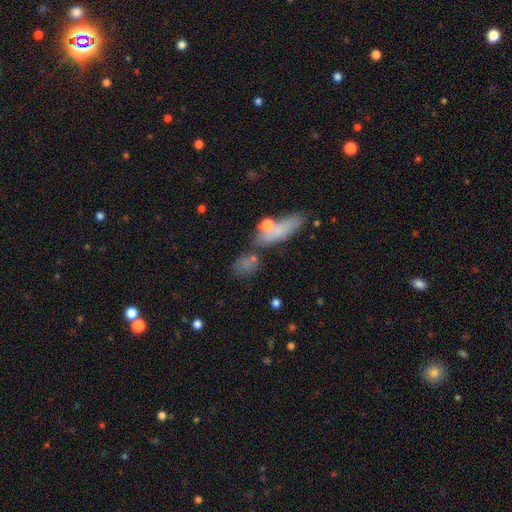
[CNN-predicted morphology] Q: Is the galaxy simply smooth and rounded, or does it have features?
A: smooth — 38%.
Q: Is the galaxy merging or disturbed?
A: none — 40%.